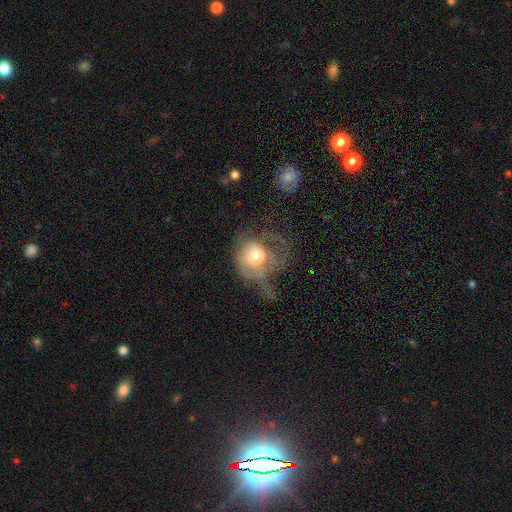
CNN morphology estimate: This appears to be a smooth galaxy with no disk features (50%). Merging: major disturbance (57%).